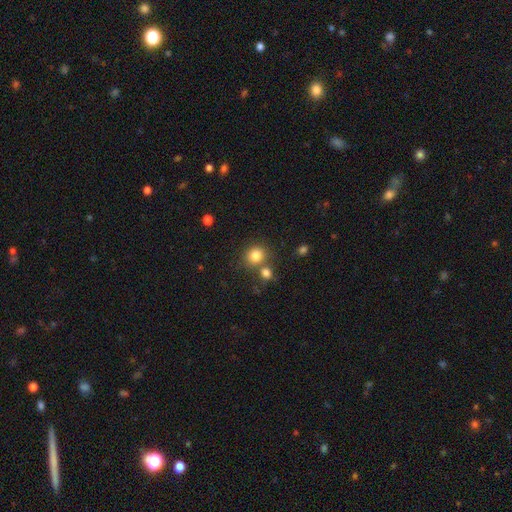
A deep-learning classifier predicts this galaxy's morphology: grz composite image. It shows a smooth galaxy with no disk features (82%) that is round (81%). Merging: none (66%).